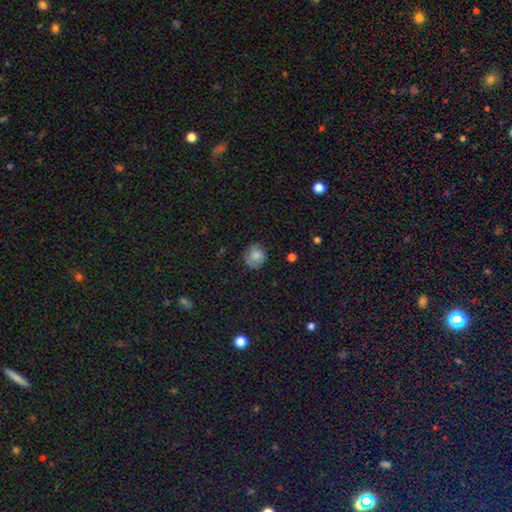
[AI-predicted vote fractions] This appears to be a smooth galaxy with no disk features (68%) that is round (76%). Merging: none (74%).